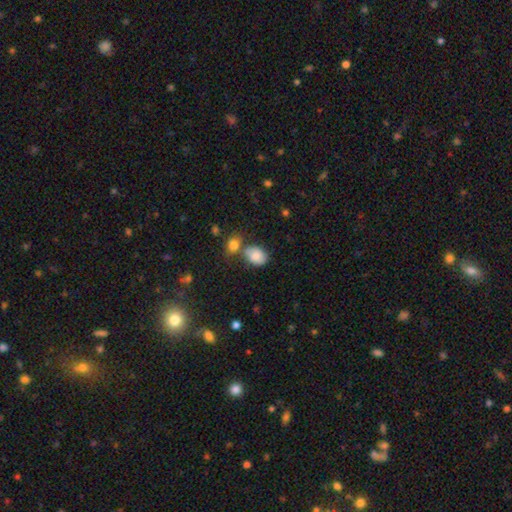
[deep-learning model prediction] Morphology: type=smooth (80%); roundness=in between (67%); merging=none (49%).